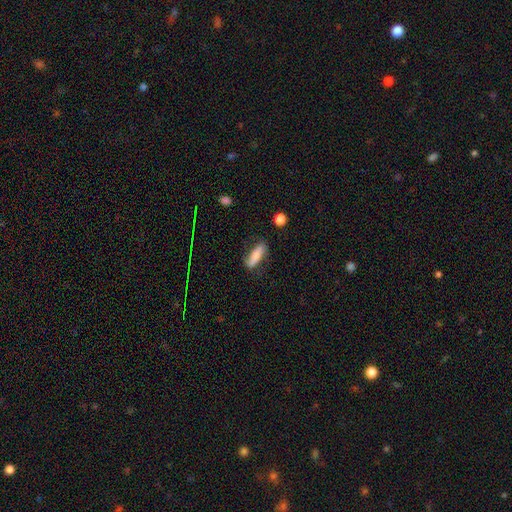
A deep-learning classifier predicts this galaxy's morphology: A smooth galaxy with no disk features (65%) that is in between round and cigar-shaped (52%). Merging: none (70%).